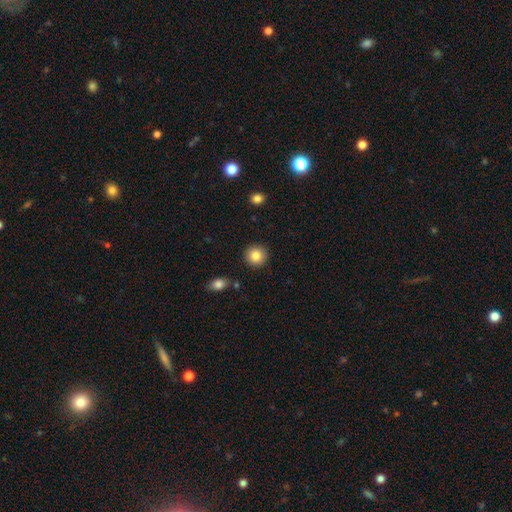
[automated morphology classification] Smooth or featured?
  - smooth: 85% *
  - star or artifact: 8%
  - featured or disk: 6%
How rounded?
  - round: 93% *
  - in between: 6%
  - cigar-shaped: 1%
Merging?
  - none: 91% *
  - minor disturbance: 5%
  - major disturbance: 2%
  - merger: 2%